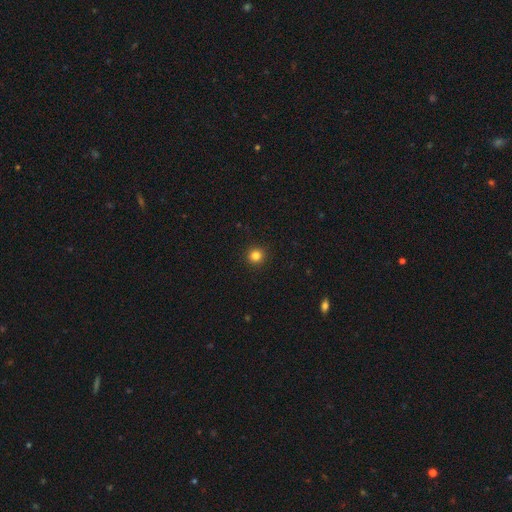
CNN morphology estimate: type=smooth (84%); roundness=round (95%); merging=none (93%).